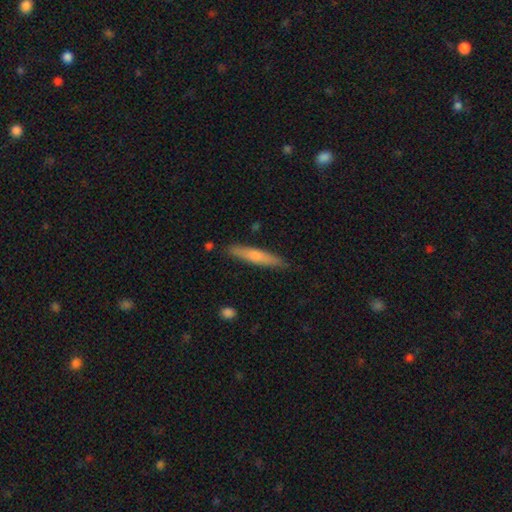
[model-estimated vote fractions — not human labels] Smooth or featured? smooth (65%)
How rounded? cigar-shaped (91%)
Merging? none (86%)